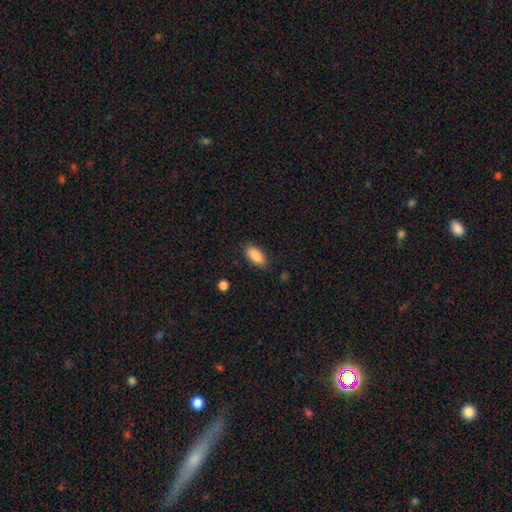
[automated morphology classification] The model was most divided on "merging": none: 84%, minor disturbance: 12%, major disturbance: 3%, merger: 1%. More confident: how rounded — in between (88%); smooth or featured — smooth (88%).